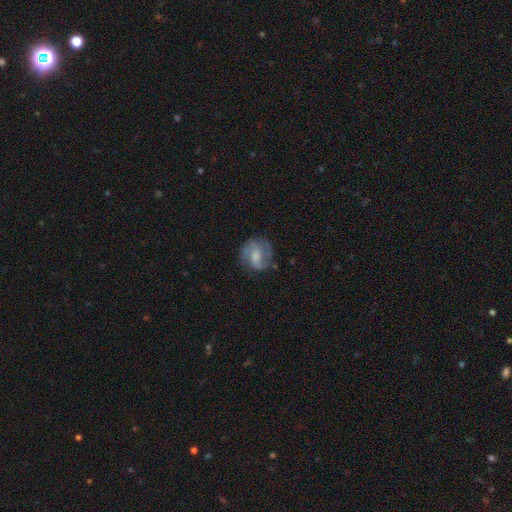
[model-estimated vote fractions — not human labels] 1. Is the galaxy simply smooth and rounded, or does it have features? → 60% featured or disk, 33% smooth, 7% star or artifact.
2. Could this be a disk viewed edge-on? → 97% no, 3% yes.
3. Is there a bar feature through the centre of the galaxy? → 45% weak, 42% no, 14% strong.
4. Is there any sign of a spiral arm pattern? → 83% yes, 17% no.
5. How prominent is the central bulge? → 45% moderate, 28% small, 14% none, 11% large, 2% dominant.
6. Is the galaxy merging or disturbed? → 64% none, 22% minor disturbance, 12% major disturbance, 2% merger.